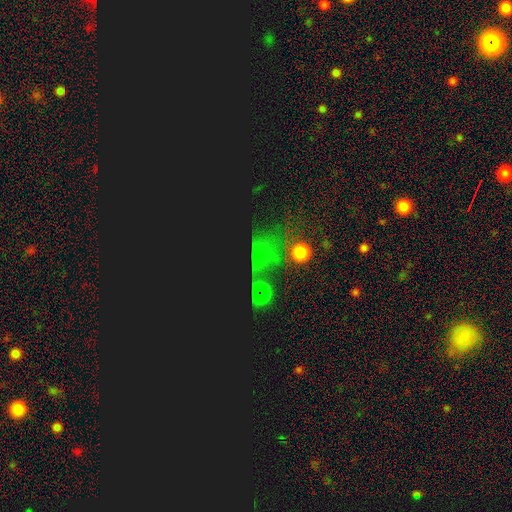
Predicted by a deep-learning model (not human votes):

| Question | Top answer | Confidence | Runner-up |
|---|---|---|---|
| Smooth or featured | star or artifact | 62% | smooth (25%) |